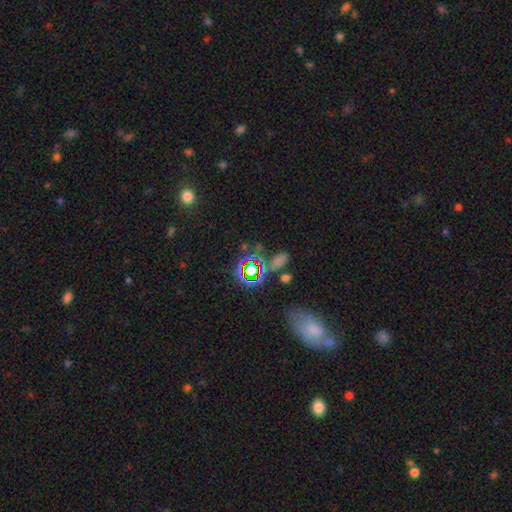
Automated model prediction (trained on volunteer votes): A star or artifact, not a galaxy (58%).

Vote fractions:
- Smooth or featured? star or artifact: 58% / smooth: 26% / featured or disk: 17%